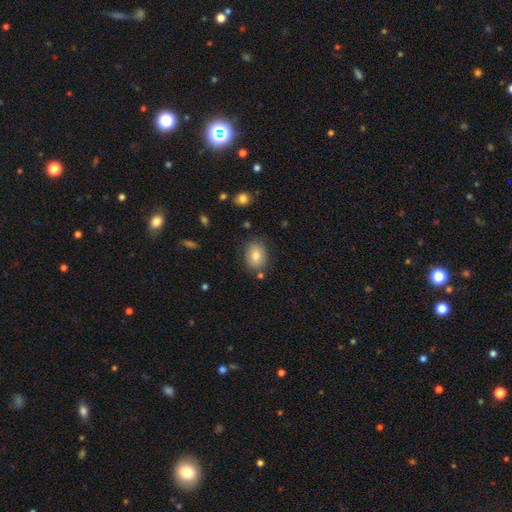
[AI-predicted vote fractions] Smooth or featured: smooth — 78% (featured or disk — 14%)
How rounded: in between — 66% (round — 33%)
Merging: none — 80% (minor disturbance — 13%)